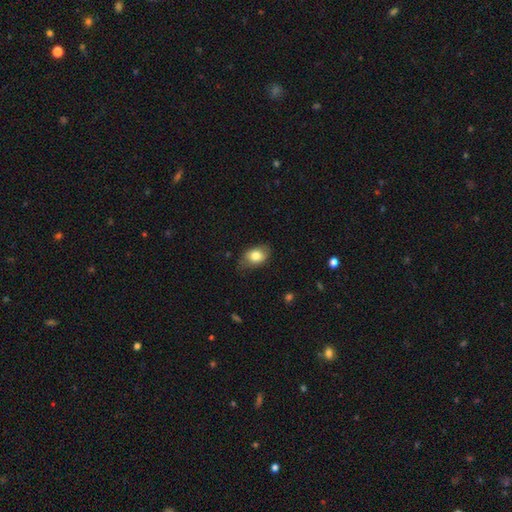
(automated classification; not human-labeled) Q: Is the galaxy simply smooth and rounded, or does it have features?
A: smooth — 81%.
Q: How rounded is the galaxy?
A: in between — 81%.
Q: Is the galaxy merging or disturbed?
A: none — 71%.